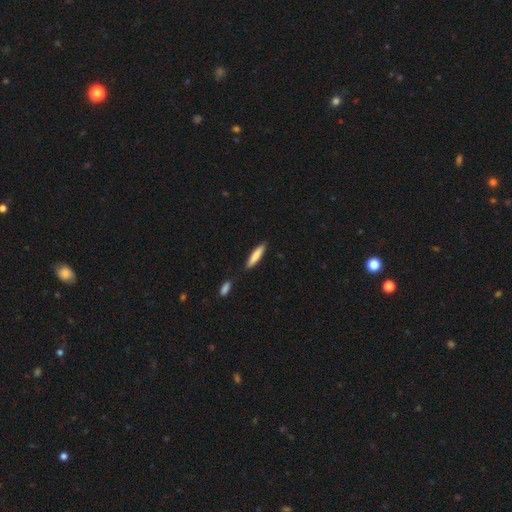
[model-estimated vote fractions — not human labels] This appears to be a smooth galaxy with no disk features (80%) that is cigar-shaped (85%). Merging: none (85%).